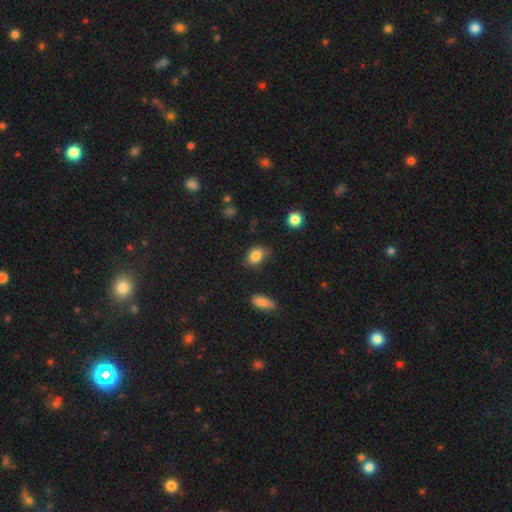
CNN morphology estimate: type=smooth (85%); roundness=in between (75%); merging=none (69%).